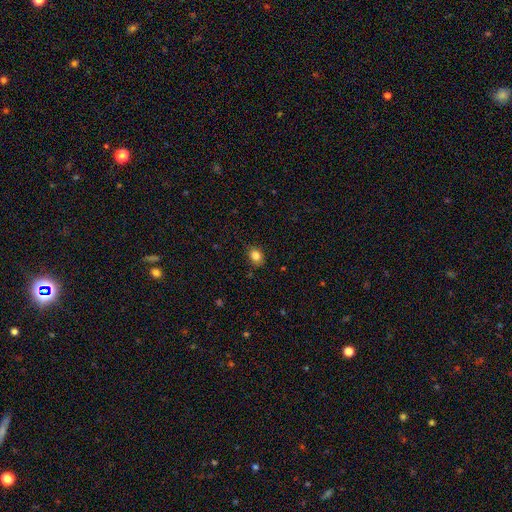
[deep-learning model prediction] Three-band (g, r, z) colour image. It shows a smooth galaxy with no disk features (85%) that is in between round and cigar-shaped (63%). Merging: none (86%).